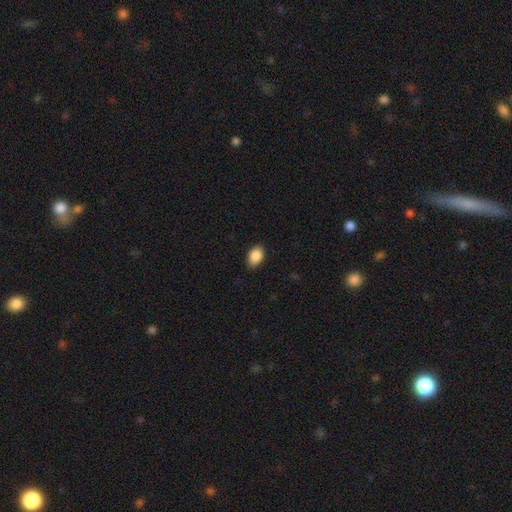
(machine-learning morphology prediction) A smooth galaxy with no disk features (88%) that is in between round and cigar-shaped (85%).

Vote fractions:
- Smooth or featured? smooth: 88% / star or artifact: 7% / featured or disk: 5%
- How rounded? in between: 85% / round: 14% / cigar-shaped: 1%
- Merging? none: 82% / minor disturbance: 14% / major disturbance: 2% / merger: 1%